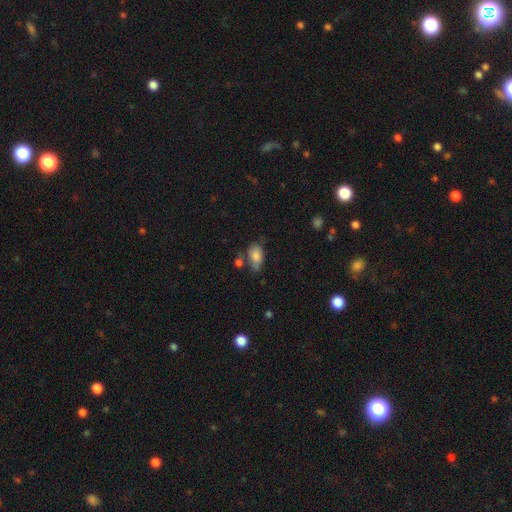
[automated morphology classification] A smooth galaxy with no disk features (81%) that is in between round and cigar-shaped (90%). Merging: none (54%).